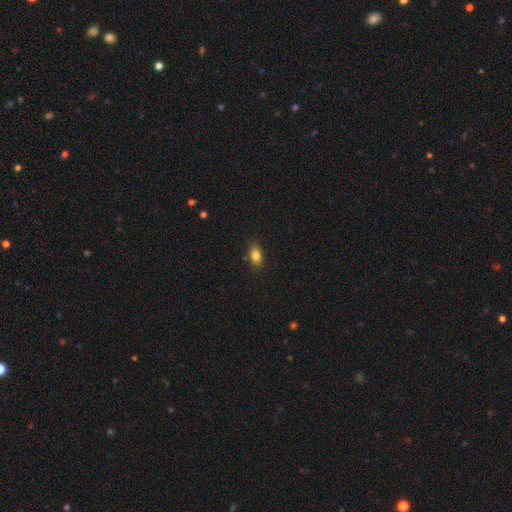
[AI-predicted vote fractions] Smooth or featured?
  - smooth: 83% *
  - star or artifact: 9%
  - featured or disk: 7%
How rounded?
  - in between: 86% *
  - round: 10%
  - cigar-shaped: 5%
Merging?
  - none: 84% *
  - minor disturbance: 12%
  - major disturbance: 3%
  - merger: 2%